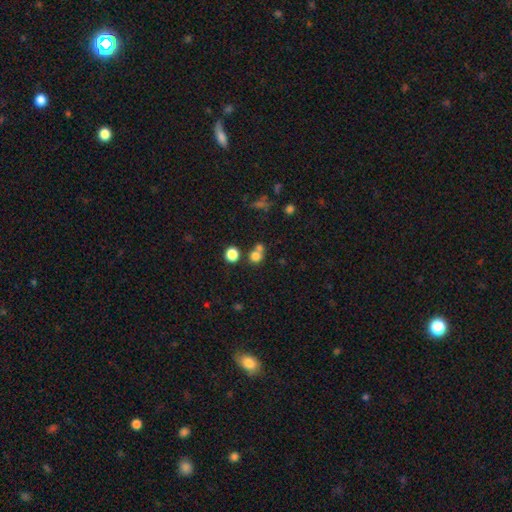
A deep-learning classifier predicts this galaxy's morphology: Overall: smooth (76%). How rounded: round (85%). Merging: none (52%; merger 37%).